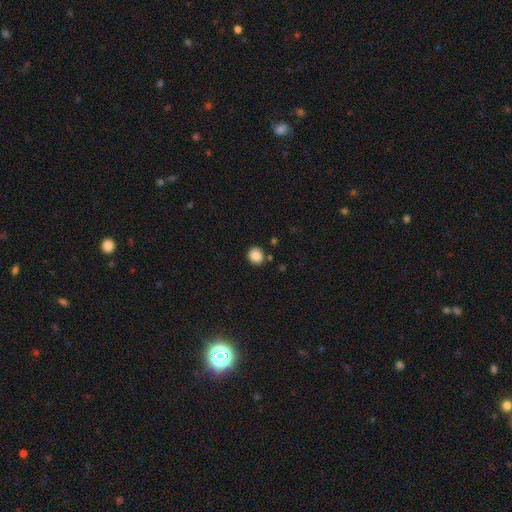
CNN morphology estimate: Smooth or featured? smooth (87%)
How rounded? round (84%)
Merging? none (83%)